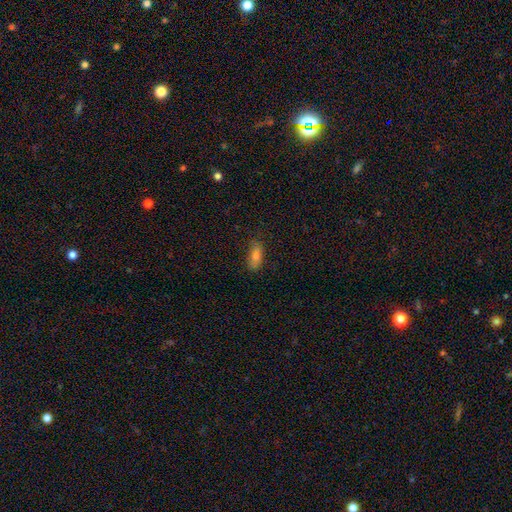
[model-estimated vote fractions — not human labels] Overall: smooth (75%). How rounded: in between (74%). Merging: none (77%).